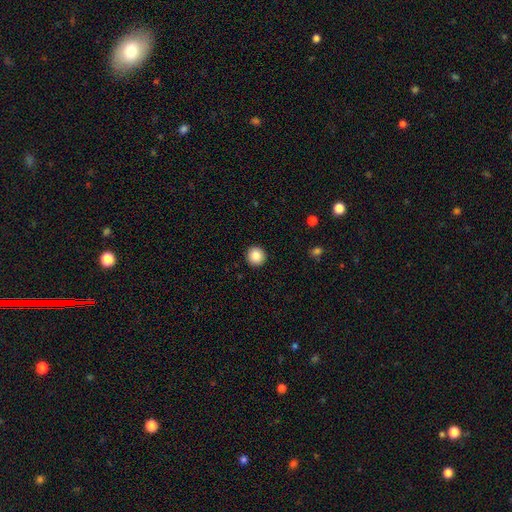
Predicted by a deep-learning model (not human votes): This appears to be a smooth galaxy with no disk features (86%) that is round (95%). Merging: none (93%).